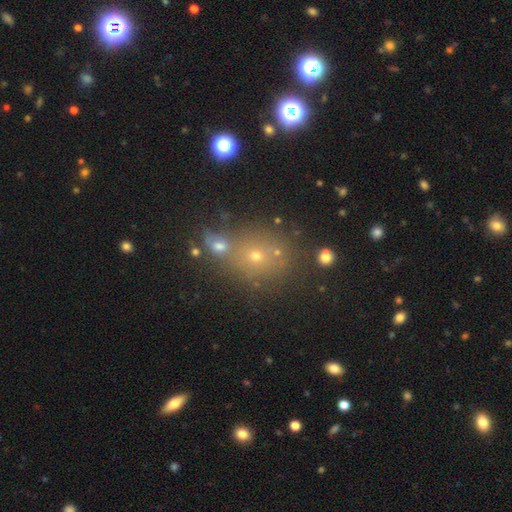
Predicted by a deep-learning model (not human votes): A smooth galaxy with no disk features (46%). Merging: none (66%).